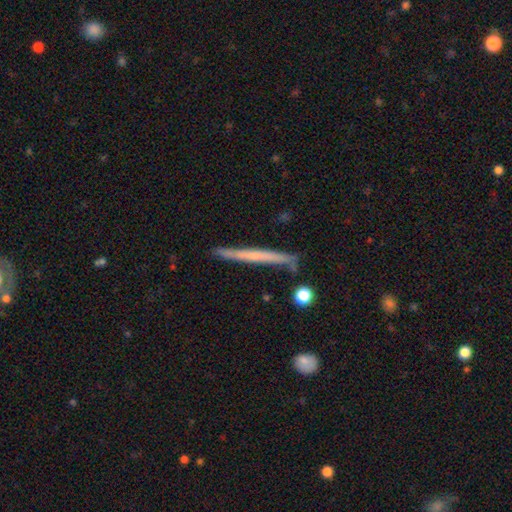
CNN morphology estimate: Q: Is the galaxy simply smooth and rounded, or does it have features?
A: featured or disk — 51%.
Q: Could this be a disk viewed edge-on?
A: yes — 96%.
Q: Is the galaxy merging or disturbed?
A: none — 84%.